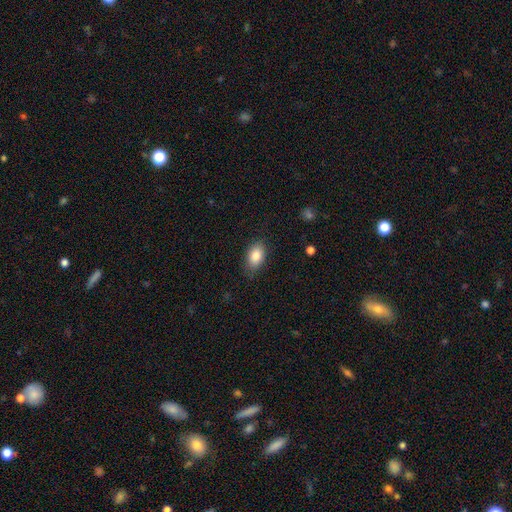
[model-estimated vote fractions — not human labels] Overall: smooth (85%). How rounded: in between (90%). Merging: none (82%).